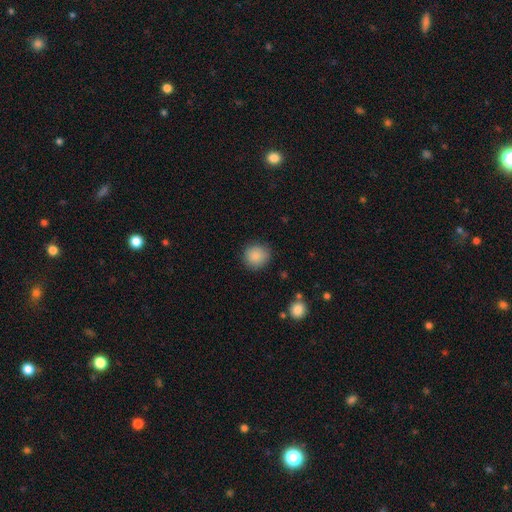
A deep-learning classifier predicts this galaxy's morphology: Overall: smooth (87%). How rounded: round (90%). Merging: none (86%).